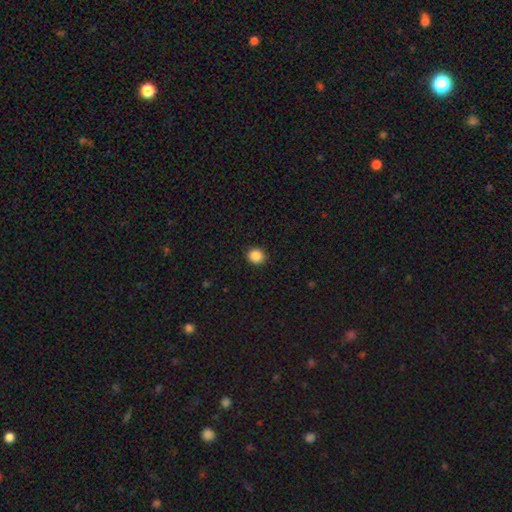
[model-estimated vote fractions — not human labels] smooth-or-featured: smooth: 87% | star or artifact: 10% | featured or disk: 3%
  how-rounded: round: 86% | in between: 13% | cigar-shaped: 1%
  merging: none: 92% | minor disturbance: 5% | major disturbance: 2% | merger: 1%